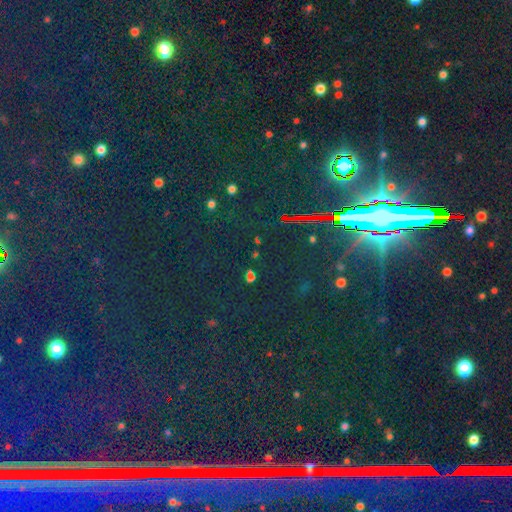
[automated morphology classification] Smooth or featured?
  - star or artifact: 83% *
  - smooth: 9%
  - featured or disk: 8%